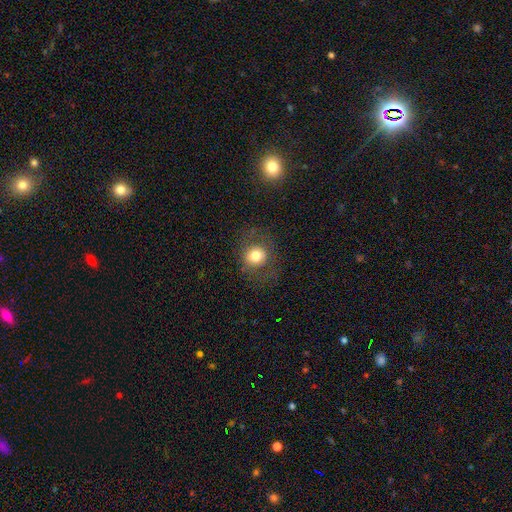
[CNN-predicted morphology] Smooth or featured? smooth (74%)
How rounded? round (82%)
Merging? none (76%)